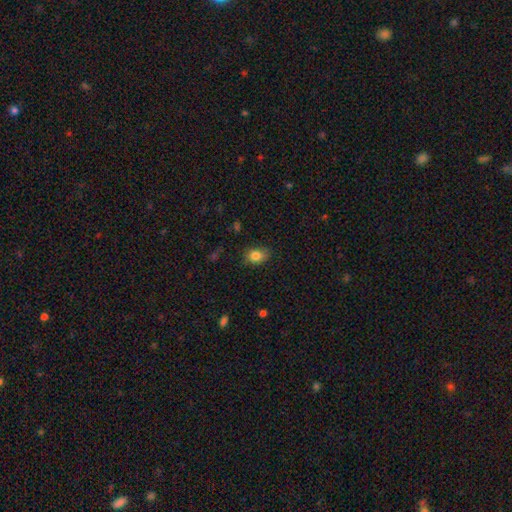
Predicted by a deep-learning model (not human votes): Overall: smooth (83%). How rounded: in between (67%; round 32%). Merging: none (76%).